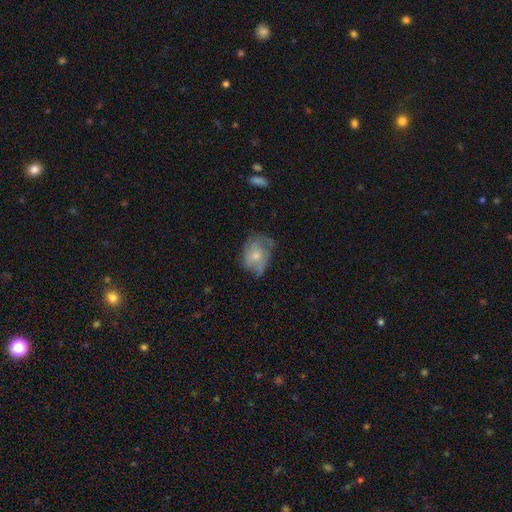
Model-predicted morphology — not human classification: Q: Smooth or featured?
A: smooth (52%); runner-up: featured or disk (40%)
Q: How rounded?
A: in between (59%); runner-up: round (39%)
Q: Merging?
A: none (43%); runner-up: minor disturbance (34%)